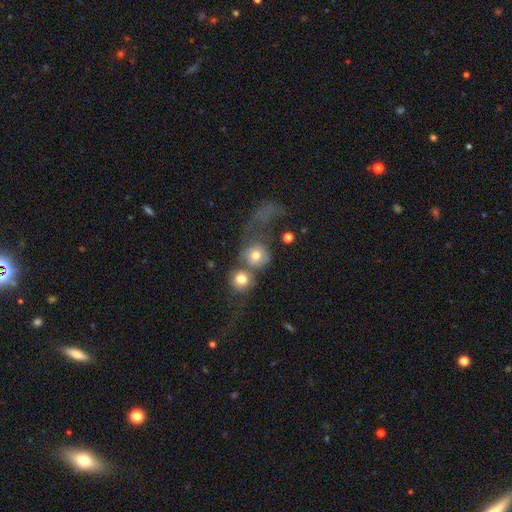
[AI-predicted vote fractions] smooth_or_featured: smooth (p=0.70) [alt: featured or disk p=0.19]
how_rounded: round (p=0.83) [alt: in between p=0.16]
merging: merger (p=0.48) [alt: none p=0.24]